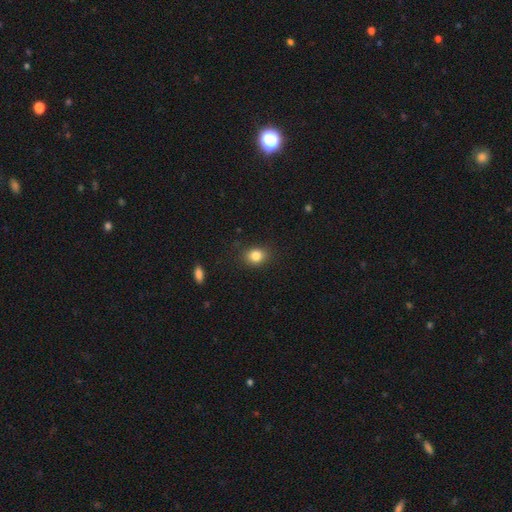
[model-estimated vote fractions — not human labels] The model was most divided on "how rounded": round: 52%, in between: 47%, cigar-shaped: 1%. More confident: merging — none (84%); smooth or featured — smooth (84%).